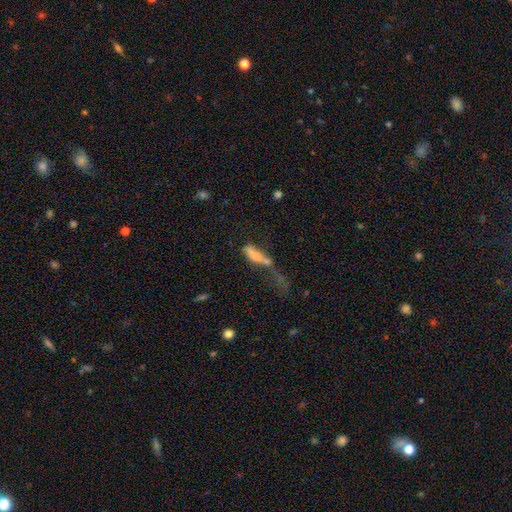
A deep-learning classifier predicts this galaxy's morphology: This is likely a smooth galaxy (63%). How rounded: possibly cigar-shaped (50%). Merging: marginally major disturbance (39%).